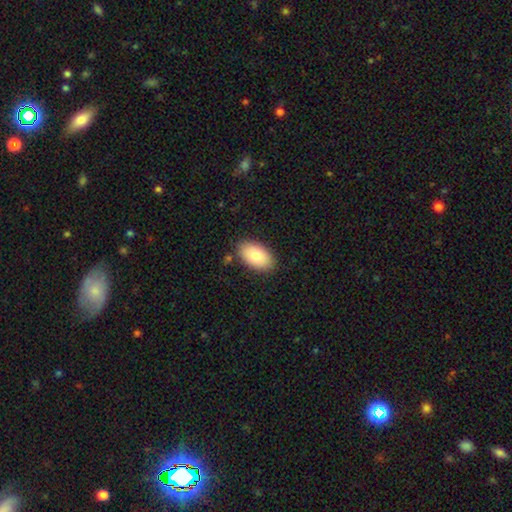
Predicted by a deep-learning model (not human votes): Overall: smooth (79%). How rounded: in between (94%). Merging: none (84%).